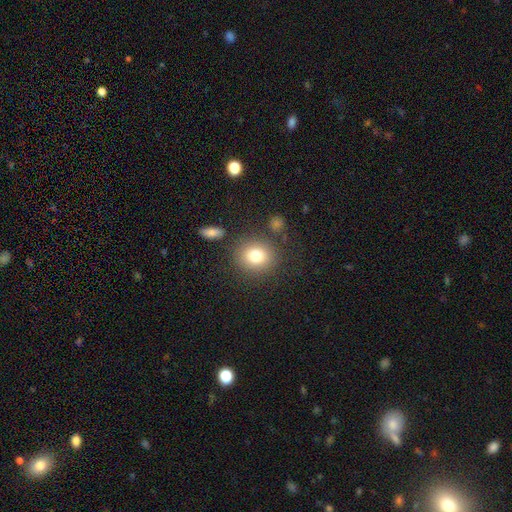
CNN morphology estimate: smooth_or_featured: smooth (p=0.79) [alt: star or artifact p=0.11]
how_rounded: round (p=0.81) [alt: in between p=0.18]
merging: none (p=0.83) [alt: minor disturbance p=0.09]